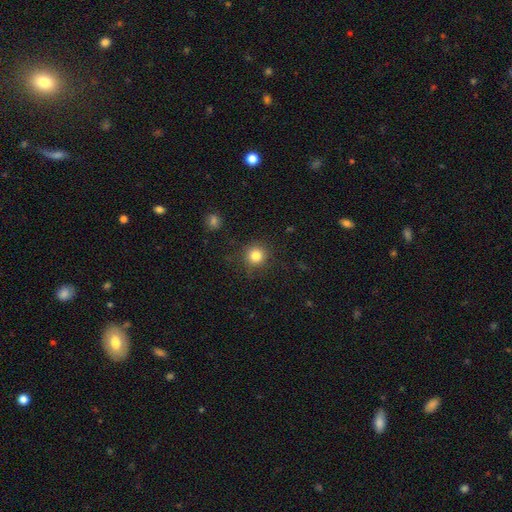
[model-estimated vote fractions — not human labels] A smooth galaxy with no disk features (83%) that is round (93%). Merging: none (87%).